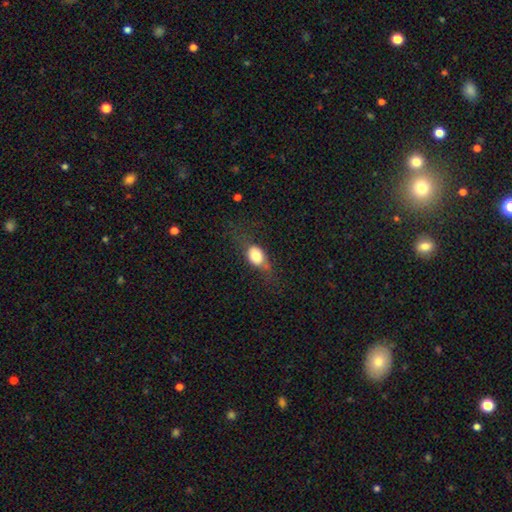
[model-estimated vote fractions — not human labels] smooth 71%, featured or disk 20%, star or artifact 9%. Down the decision tree: how rounded — in between (68%); merging — none (48%).